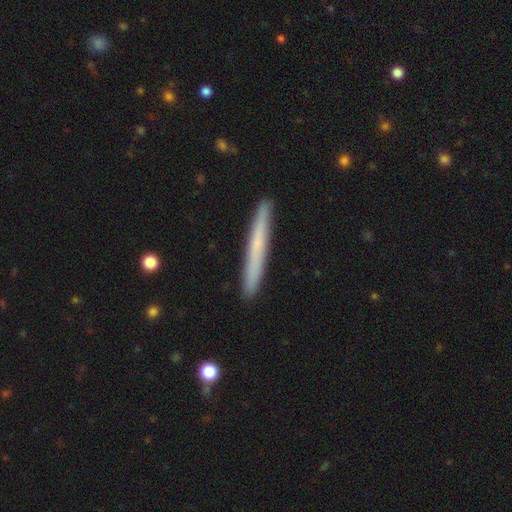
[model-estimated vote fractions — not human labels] Smooth or featured? Predicted: smooth (p=0.58). How rounded? Predicted: cigar-shaped (p=0.97). Merging? Predicted: none (p=0.92).